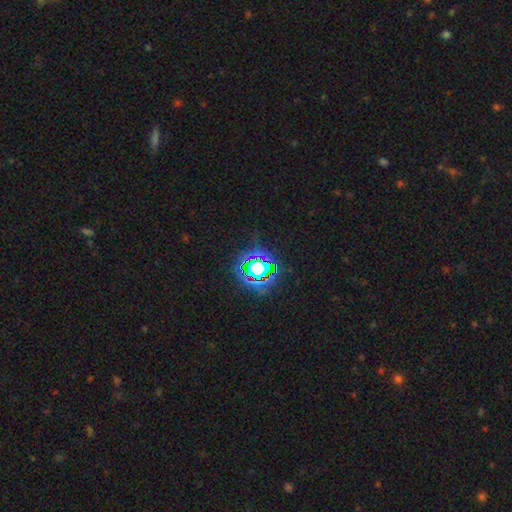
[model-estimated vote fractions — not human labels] Smooth or featured? star or artifact (75%)